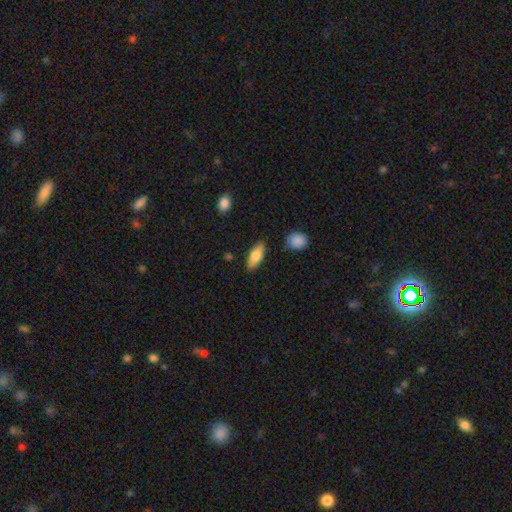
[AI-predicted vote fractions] Smooth or featured?
  - smooth: 76% *
  - featured or disk: 18%
  - star or artifact: 6%
How rounded?
  - in between: 77% *
  - cigar-shaped: 20%
  - round: 3%
Merging?
  - none: 85% *
  - minor disturbance: 10%
  - merger: 2%
  - major disturbance: 2%